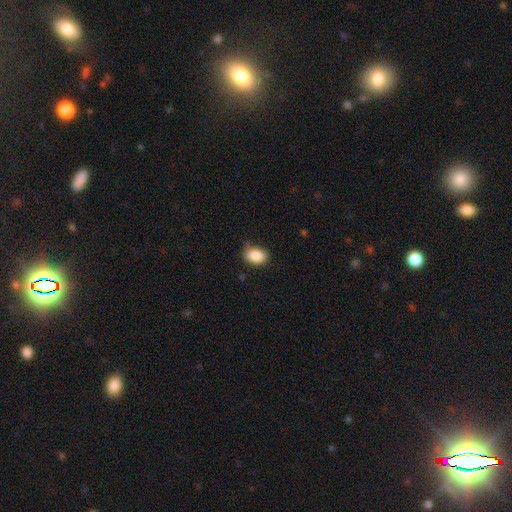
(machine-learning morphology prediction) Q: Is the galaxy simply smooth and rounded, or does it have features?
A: smooth — 87%.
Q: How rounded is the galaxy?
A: in between — 77%.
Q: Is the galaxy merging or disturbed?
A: none — 68%.